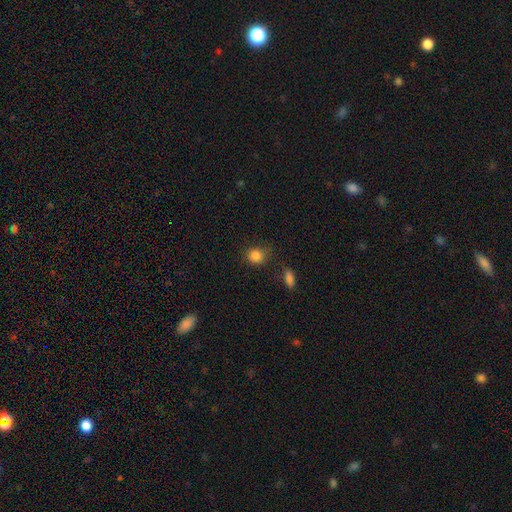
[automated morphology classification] A smooth galaxy with no disk features (85%) that is round (80%). Merging: none (72%).